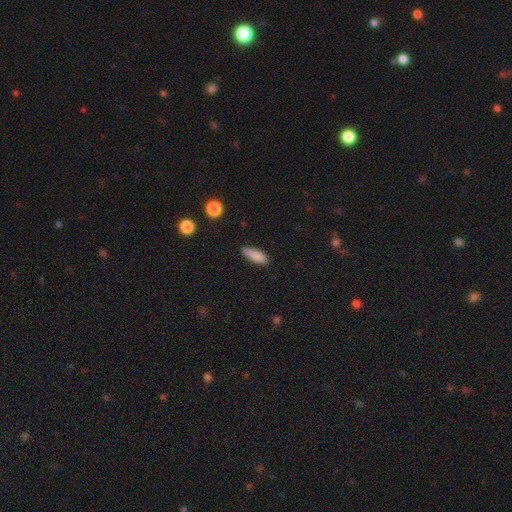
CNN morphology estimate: This appears to be a smooth galaxy with no disk features (87%) that is in between round and cigar-shaped (60%). Merging: none (84%).